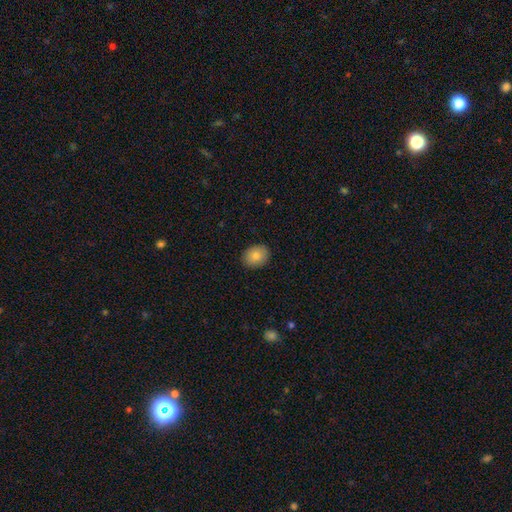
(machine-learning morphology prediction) This is clearly a smooth galaxy (83%). How rounded: possibly in between (57%). Merging: clearly none (89%).